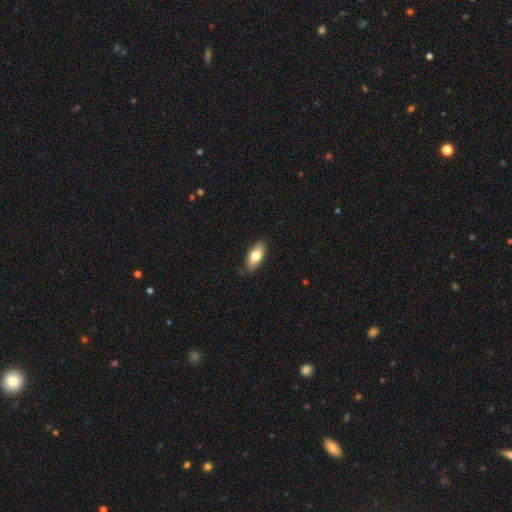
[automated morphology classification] Overall: smooth (75%). How rounded: in between (83%). Merging: none (86%).